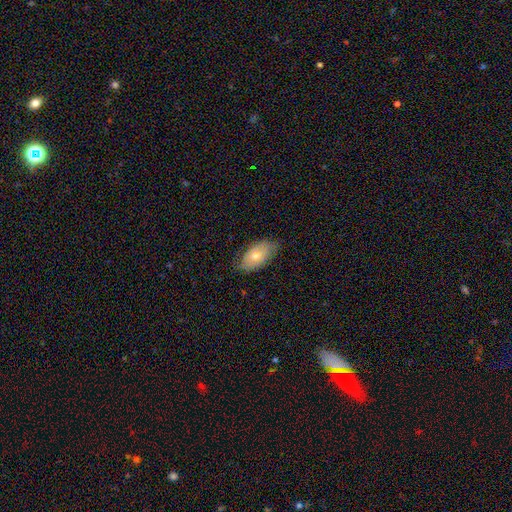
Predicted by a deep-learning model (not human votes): Smooth or featured: smooth — 59% (featured or disk — 34%)
How rounded: in between — 92% (round — 5%)
Merging: none — 71% (minor disturbance — 23%)